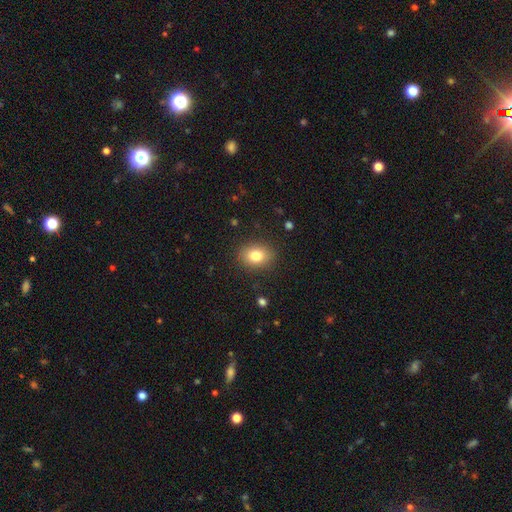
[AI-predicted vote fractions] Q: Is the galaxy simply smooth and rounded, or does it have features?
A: smooth — 81%.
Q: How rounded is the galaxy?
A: in between — 54%.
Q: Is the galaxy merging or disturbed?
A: none — 87%.